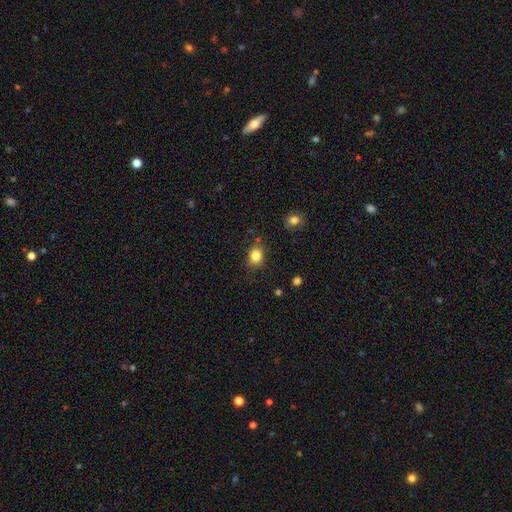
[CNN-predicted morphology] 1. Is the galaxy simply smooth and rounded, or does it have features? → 83% smooth, 11% star or artifact, 6% featured or disk.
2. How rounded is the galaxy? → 60% round, 39% in between, 1% cigar-shaped.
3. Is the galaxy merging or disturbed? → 80% none, 13% minor disturbance, 3% major disturbance, 3% merger.